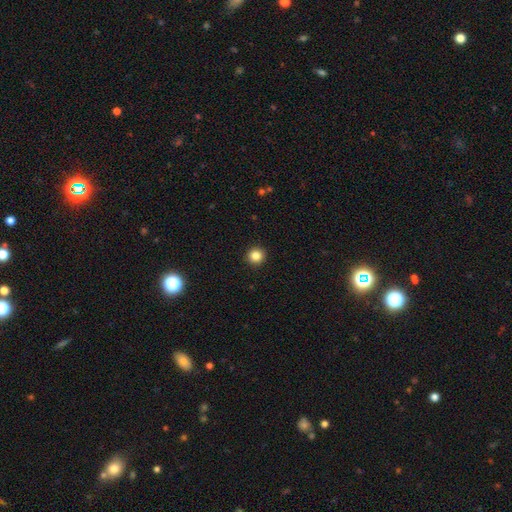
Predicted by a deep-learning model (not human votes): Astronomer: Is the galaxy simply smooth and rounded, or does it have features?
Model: smooth — 85%.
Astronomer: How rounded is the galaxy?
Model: round — 95%.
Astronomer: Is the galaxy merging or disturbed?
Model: none — 93%.